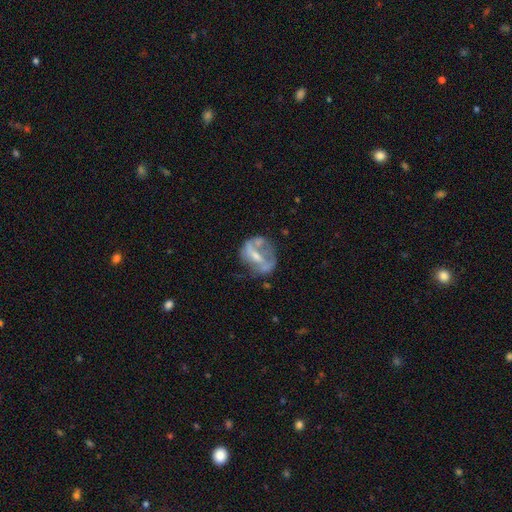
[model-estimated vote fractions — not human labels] Smooth or featured?
  - featured or disk: 67% *
  - smooth: 25%
  - star or artifact: 9%
Edge-on disk?
  - no: 96% *
  - yes: 4%
Bar?
  - no: 37% *
  - weak: 36%
  - strong: 27%
Spiral arms?
  - no: 60% *
  - yes: 40%
Bulge size?
  - small: 42% * (tied)
  - moderate: 42% * (tied)
  - none: 12%
  - large: 3%
  - dominant: 1%
Merging?
  - none: 43% *
  - major disturbance: 26%
  - minor disturbance: 23%
  - merger: 8%